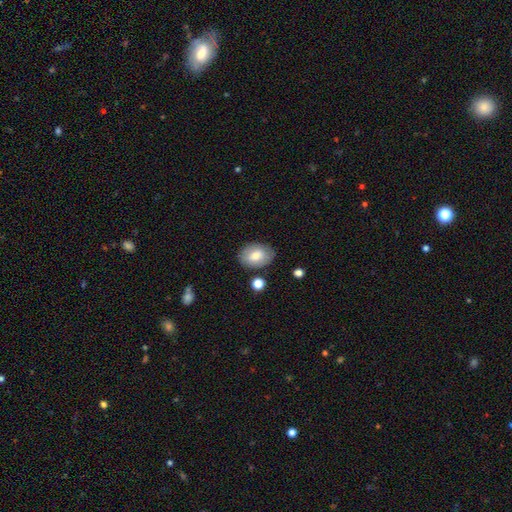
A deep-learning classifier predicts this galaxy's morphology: This appears to be a smooth galaxy with no disk features (73%) that is in between round and cigar-shaped (82%). Merging: none (79%).